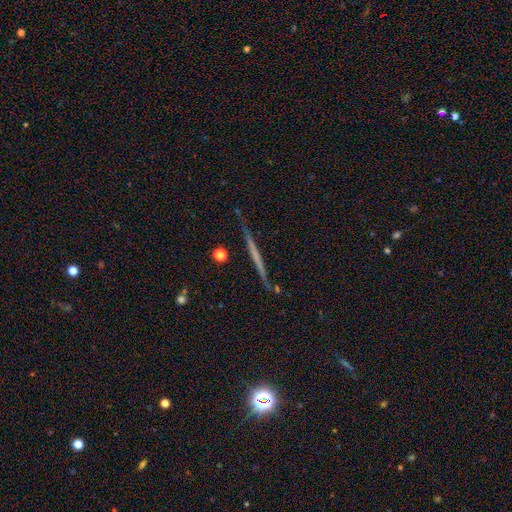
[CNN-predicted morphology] Smooth or featured: featured or disk — 59% (smooth — 33%)
Edge-on disk: yes — 97% (no — 3%)
Edge-on bulge: none — 87% (rounded — 8%)
Merging: none — 88% (minor disturbance — 8%)